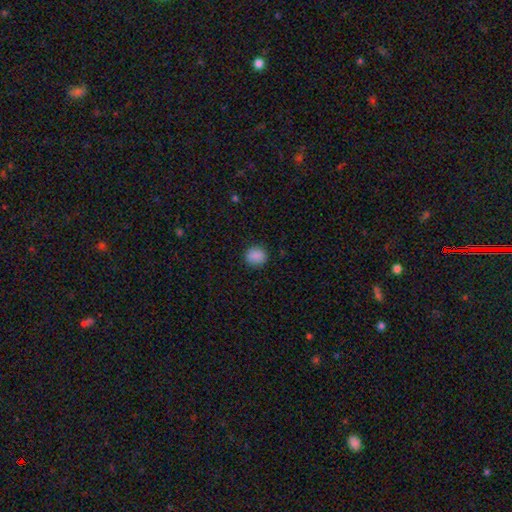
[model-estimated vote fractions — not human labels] Smooth or featured? smooth (88%)
How rounded? round (83%)
Merging? none (89%)